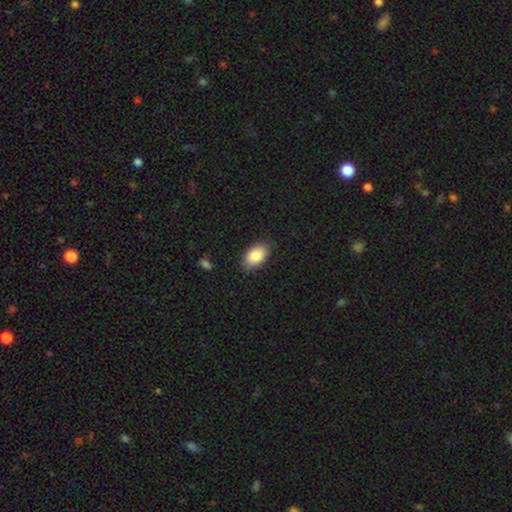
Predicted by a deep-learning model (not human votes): Smooth or featured?
  - smooth: 85% *
  - featured or disk: 8%
  - star or artifact: 7%
How rounded?
  - in between: 93% *
  - round: 6%
  - cigar-shaped: 2%
Merging?
  - none: 85% *
  - minor disturbance: 11%
  - major disturbance: 2%
  - merger: 1%